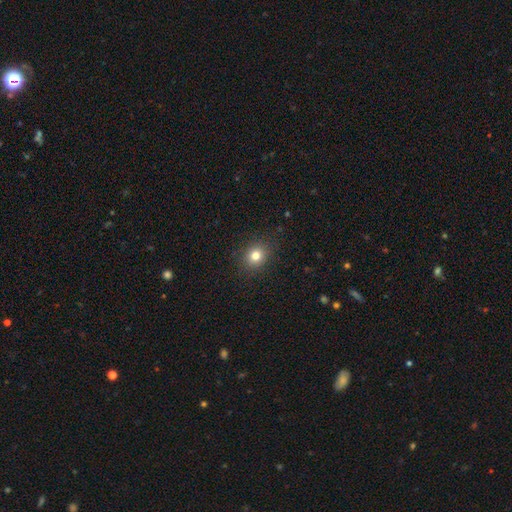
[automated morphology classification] smooth_or_featured: smooth (p=0.79) [alt: star or artifact p=0.13]
how_rounded: round (p=0.76) [alt: in between p=0.24]
merging: none (p=0.89) [alt: minor disturbance p=0.08]